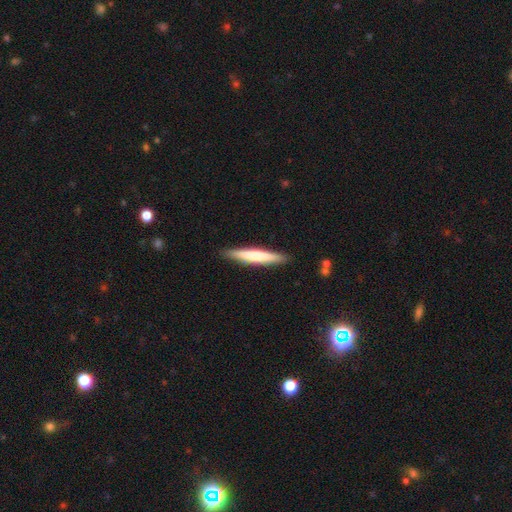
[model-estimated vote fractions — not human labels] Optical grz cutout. It shows a smooth galaxy with no disk features (62%) that is cigar-shaped (92%). Merging: none (90%).